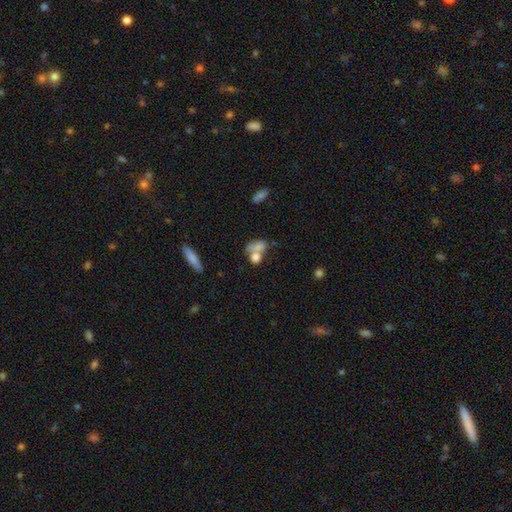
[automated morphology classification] This is likely a smooth galaxy (71%). How rounded: possibly in between (56%). Merging: possibly merger (53%).